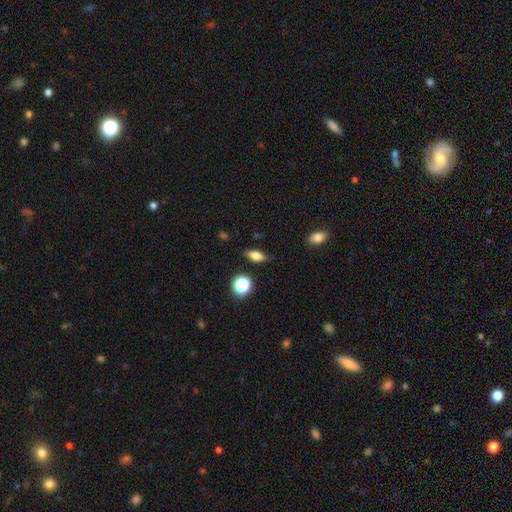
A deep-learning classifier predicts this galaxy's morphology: smooth-or-featured: smooth: 73% | featured or disk: 16% | star or artifact: 12%
  how-rounded: in between: 73% | cigar-shaped: 16% | round: 11%
  merging: none: 81% | minor disturbance: 14% | major disturbance: 3% | merger: 2%